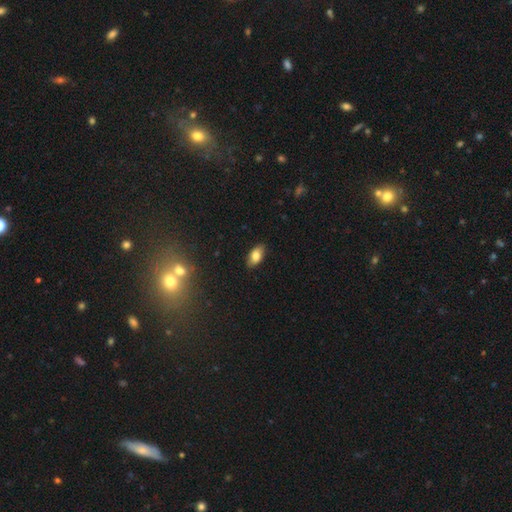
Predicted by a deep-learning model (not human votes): smooth 80%, featured or disk 11%, star or artifact 8%. Down the decision tree: how rounded — in between (91%); merging — none (86%).